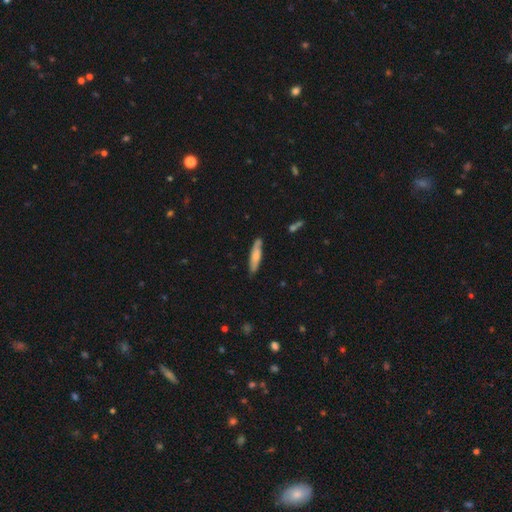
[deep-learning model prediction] smooth-or-featured: smooth: 66% | featured or disk: 29% | star or artifact: 6%
  how-rounded: cigar-shaped: 80% | in between: 19% | round: 1%
  merging: none: 78% | minor disturbance: 16% | merger: 3% | major disturbance: 2%